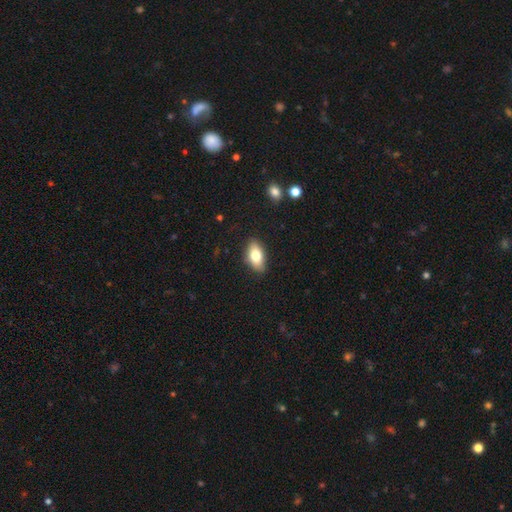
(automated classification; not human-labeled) Overall: smooth (78%). How rounded: in between (90%). Merging: none (86%).